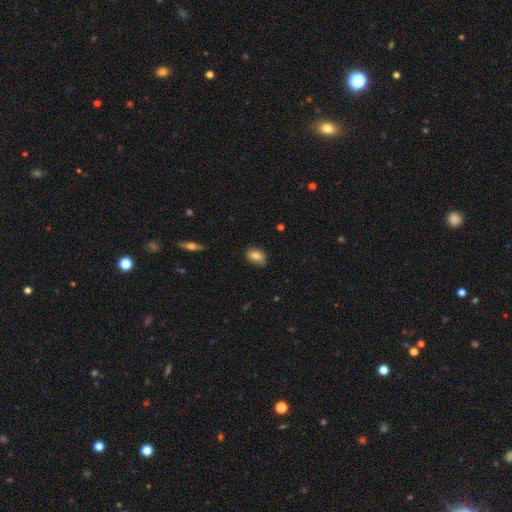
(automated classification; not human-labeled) This is likely a smooth galaxy (80%). How rounded: likely in between (79%). Merging: likely none (69%).